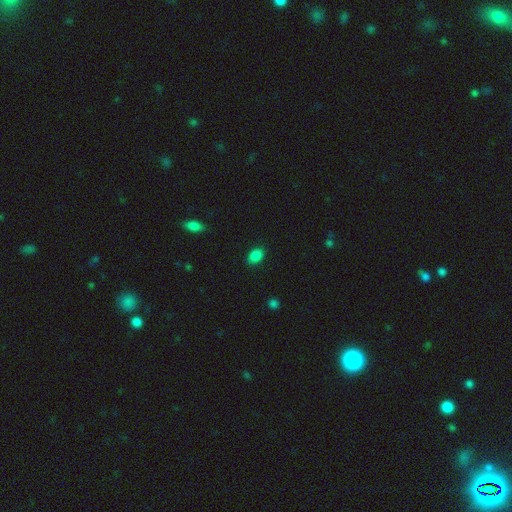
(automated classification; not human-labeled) The model was most divided on "how rounded": in between: 83%, round: 16%, cigar-shaped: 1%. More confident: merging — none (87%); smooth or featured — smooth (86%).